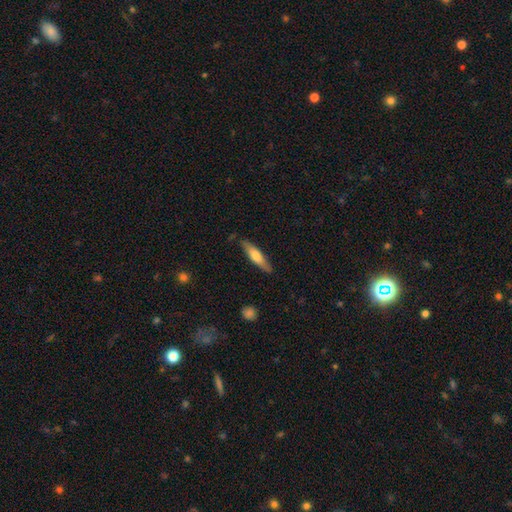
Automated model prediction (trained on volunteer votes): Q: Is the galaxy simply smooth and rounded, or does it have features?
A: smooth — 59%.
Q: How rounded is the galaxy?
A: cigar-shaped — 76%.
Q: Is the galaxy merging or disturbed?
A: none — 81%.